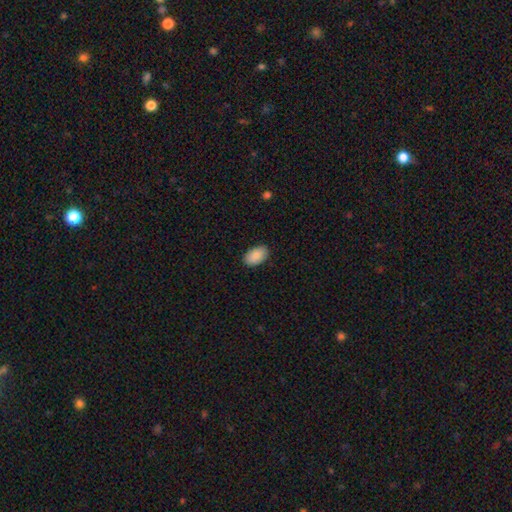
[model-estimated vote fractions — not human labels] This appears to be a smooth galaxy with no disk features (89%) that is in between round and cigar-shaped (93%). Merging: none (88%).